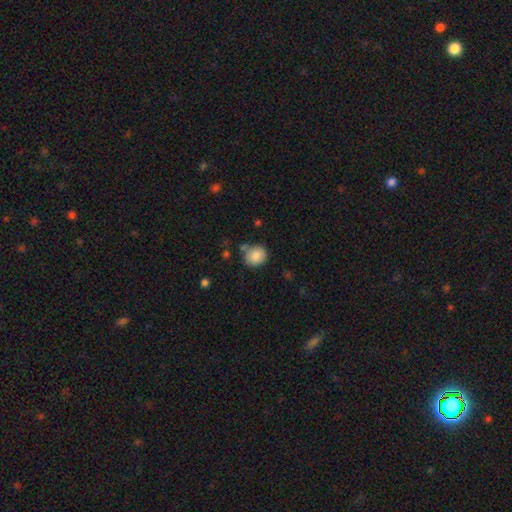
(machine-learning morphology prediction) This appears to be a smooth galaxy with no disk features (84%) that is round (79%). Merging: none (70%).